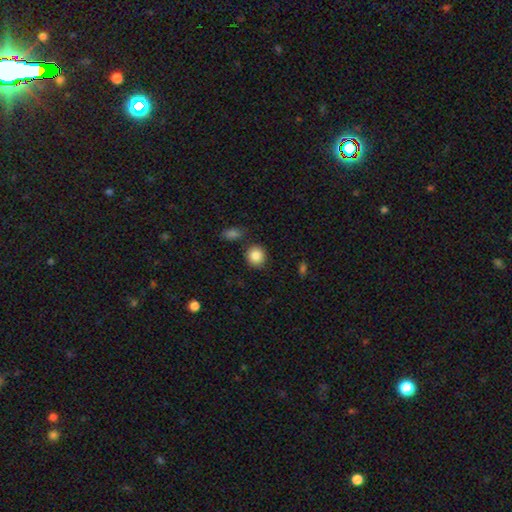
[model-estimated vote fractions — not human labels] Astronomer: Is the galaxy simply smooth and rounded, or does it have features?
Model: smooth — 87%.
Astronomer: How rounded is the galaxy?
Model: round — 83%.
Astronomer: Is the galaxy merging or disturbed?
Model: none — 83%.